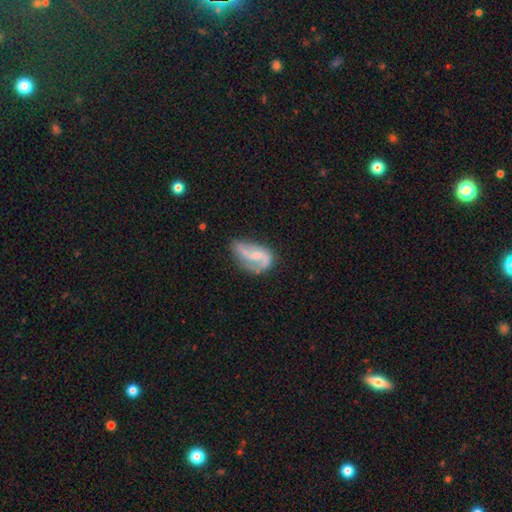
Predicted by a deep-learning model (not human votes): smooth-or-featured: featured or disk: 75% | smooth: 19% | star or artifact: 6%
  disk-edge-on: no: 97% | yes: 3%
    bar: weak: 43% | no: 40% | strong: 17%
    has-spiral-arms: yes: 89% | no: 11%
      spiral-winding: loose: 62% | medium: 29% | tight: 9%
      spiral-arm-count: 2: 81% | 1: 9% | can't tell: 6% | 3: 2% | 4: 1% | more than 4: 1%
    bulge-size: small: 51% | moderate: 31% | none: 15% | large: 2% | dominant: 1%
  merging: none: 45% | minor disturbance: 31% | major disturbance: 20% | merger: 4%